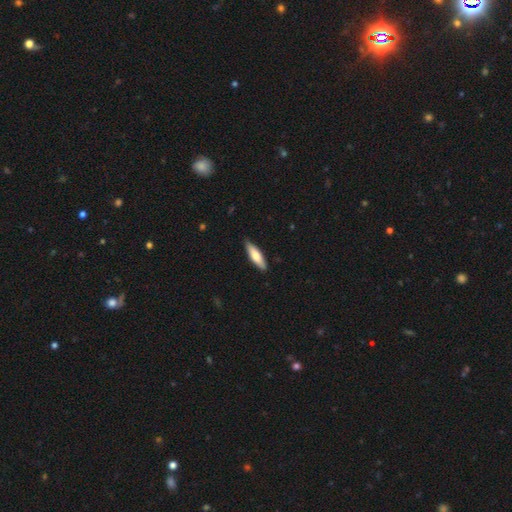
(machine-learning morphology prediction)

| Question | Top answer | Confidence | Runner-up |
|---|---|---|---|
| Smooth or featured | smooth | 68% | featured or disk (26%) |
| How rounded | cigar-shaped | 60% | in between (38%) |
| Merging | none | 86% | minor disturbance (11%) |